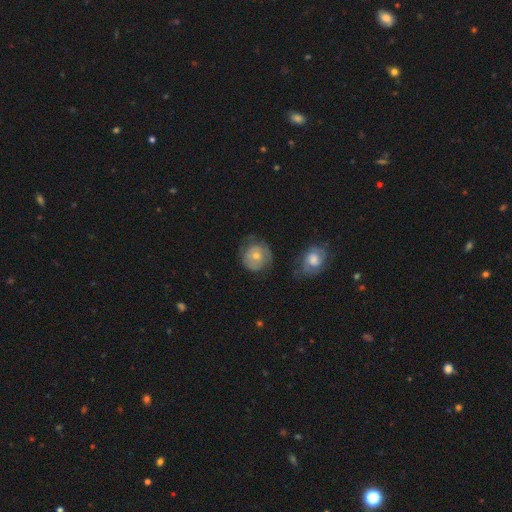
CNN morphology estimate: smooth 50%, featured or disk 43%, star or artifact 7%. Down the decision tree: how rounded — round (84%); merging — none (60%).